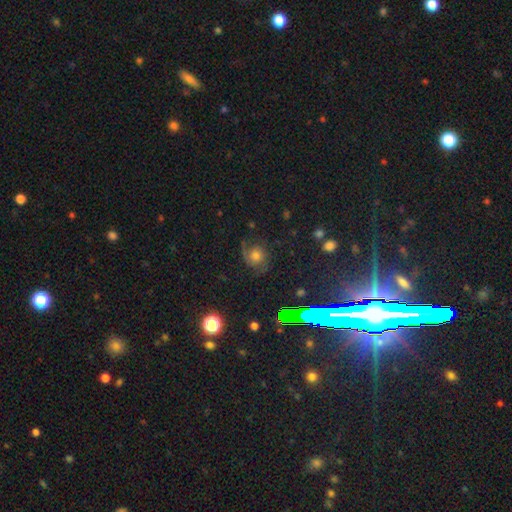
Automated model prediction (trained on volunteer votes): Smooth or featured? featured or disk (55%)
Edge-on disk? no (97%)
Bar? no (75%)
Spiral arms? yes (91%)
Bulge size? moderate (51%)
Merging? none (67%)